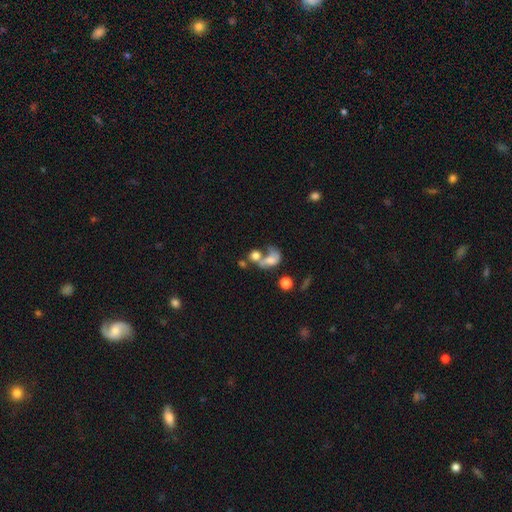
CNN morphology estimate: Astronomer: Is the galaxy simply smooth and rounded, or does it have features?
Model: smooth — 62%.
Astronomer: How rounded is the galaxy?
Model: in between — 54% (runner-up: round, 44%).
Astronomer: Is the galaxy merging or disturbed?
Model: merger — 54%.